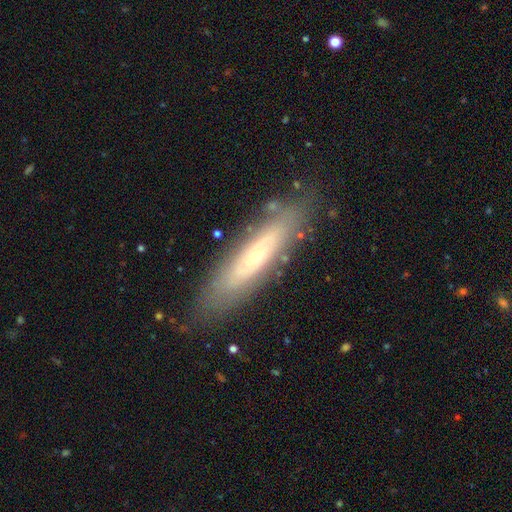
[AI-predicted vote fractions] Smooth or featured?
  - featured or disk: 56% *
  - smooth: 36%
  - star or artifact: 8%
Edge-on disk?
  - no: 54% *
  - yes: 46%
Merging?
  - none: 81% *
  - minor disturbance: 13%
  - major disturbance: 4%
  - merger: 2%